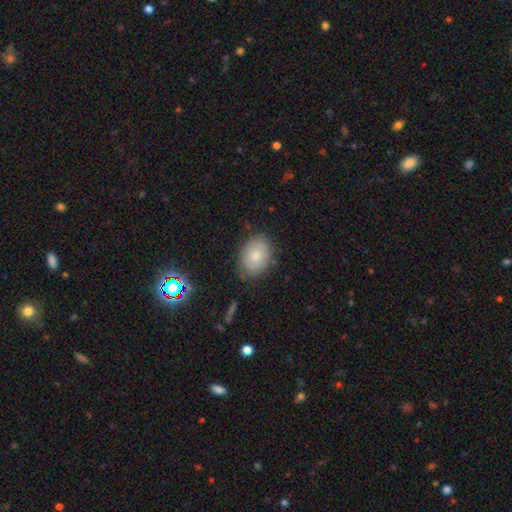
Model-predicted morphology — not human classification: The model was most divided on "how rounded": in between: 71%, round: 28%, cigar-shaped: 1%. More confident: merging — none (79%); smooth or featured — smooth (71%).